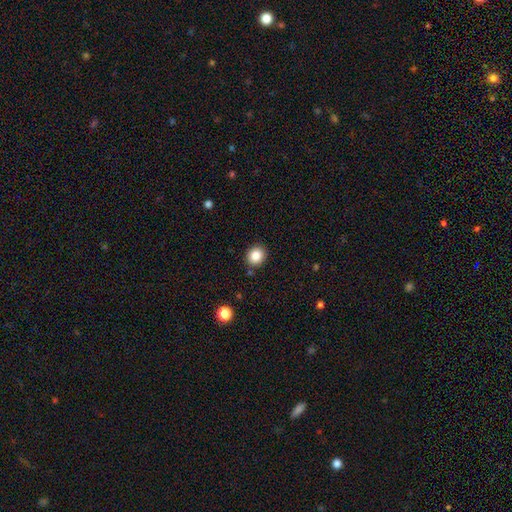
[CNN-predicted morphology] smooth-or-featured: smooth: 86% | star or artifact: 10% | featured or disk: 4%
  how-rounded: round: 76% | in between: 23% | cigar-shaped: 1%
  merging: none: 87% | minor disturbance: 8% | merger: 2% | major disturbance: 2%